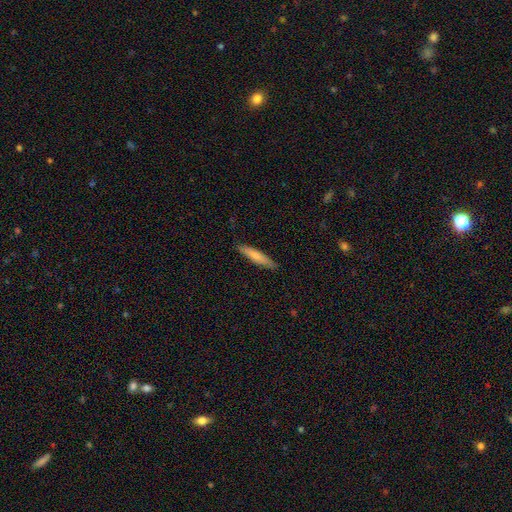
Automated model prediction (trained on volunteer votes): smooth_or_featured: smooth (p=0.72) [alt: featured or disk p=0.22]
how_rounded: cigar-shaped (p=0.87) [alt: in between p=0.12]
merging: none (p=0.85) [alt: minor disturbance p=0.12]